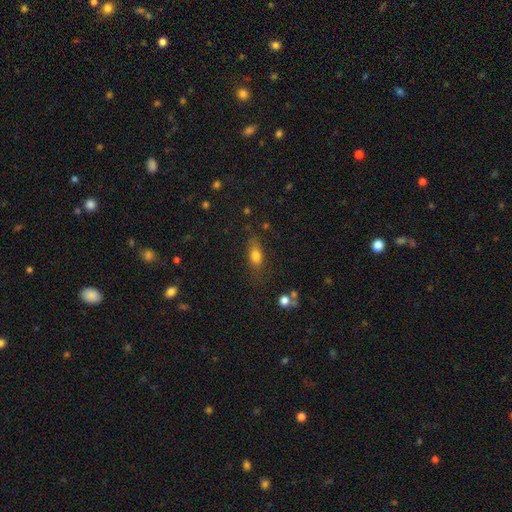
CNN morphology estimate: A smooth galaxy with no disk features (75%) that is in between round and cigar-shaped (73%). Merging: none (70%).